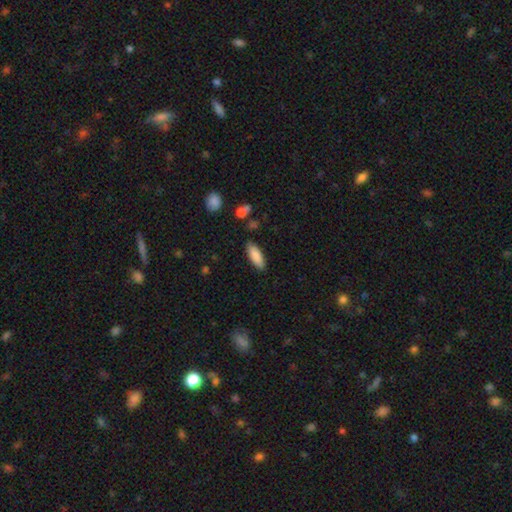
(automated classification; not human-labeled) Smooth or featured? smooth (86%)
How rounded? in between (67%)
Merging? none (86%)